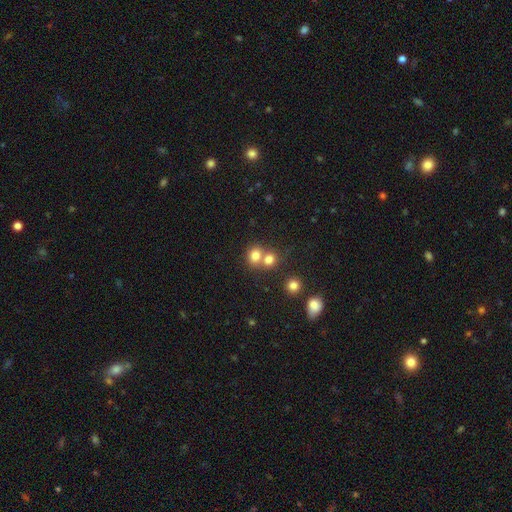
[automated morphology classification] This appears to be a smooth galaxy with no disk features (78%) that is round (69%). Merging: merger (51%).